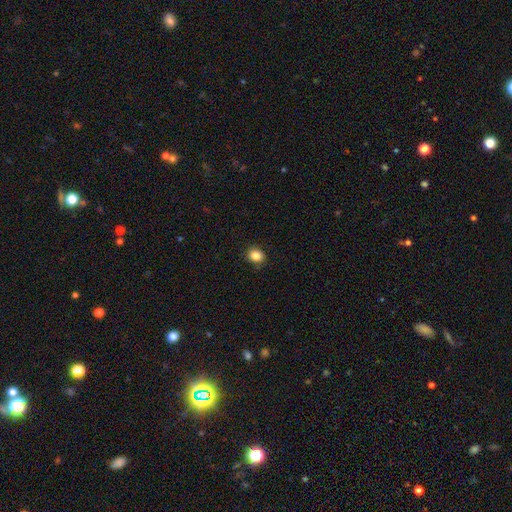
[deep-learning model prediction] Morphology: type=smooth (85%); roundness=round (61%); merging=none (85%).